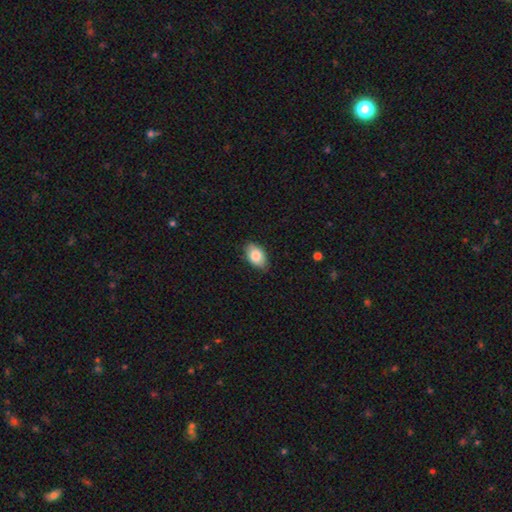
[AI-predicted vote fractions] Overall: smooth (82%). How rounded: in between (91%). Merging: none (82%).